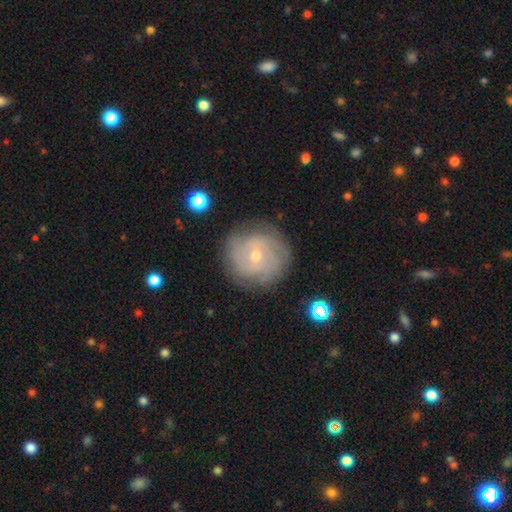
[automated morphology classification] A featured or disk galaxy (73%) with no bar (65%), tight (66%) spiral arms (87%) and a small central bulge (62%).

Vote fractions:
- Smooth or featured? featured or disk: 73% / smooth: 20% / star or artifact: 7%
- Edge-on disk? no: 97% / yes: 3%
- Bar? no: 65% / weak: 30% / strong: 5%
- Spiral arms? yes: 87% / no: 13%
- Spiral winding? tight: 66% / medium: 26% / loose: 8%
- Spiral arm count? can't tell: 43% / 2: 18% / 3: 18% / 4: 10% / more than 4: 5% / 1: 5%
- Bulge size? small: 62% / moderate: 34% / large: 1% / none: 1% / dominant: 1%
- Merging? none: 80% / minor disturbance: 13% / major disturbance: 5% / merger: 1%